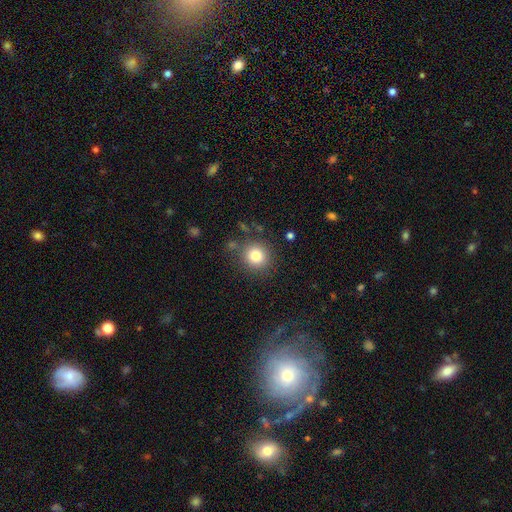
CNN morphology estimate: smooth 81%, star or artifact 12%, featured or disk 8%. Down the decision tree: how rounded — round (92%); merging — none (83%).